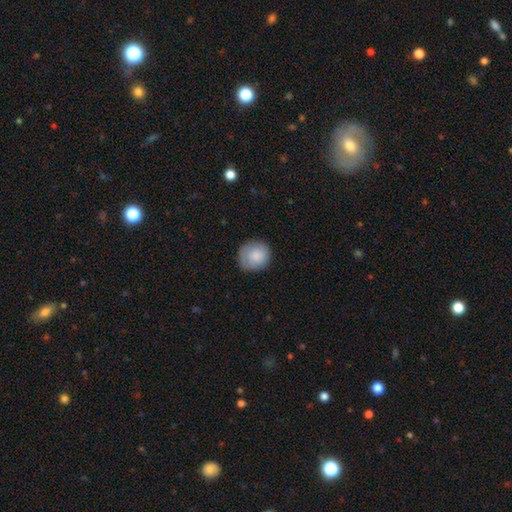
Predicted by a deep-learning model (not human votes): Q: Smooth or featured?
A: smooth (81%); runner-up: featured or disk (12%)
Q: How rounded?
A: round (87%); runner-up: in between (12%)
Q: Merging?
A: none (81%); runner-up: minor disturbance (14%)